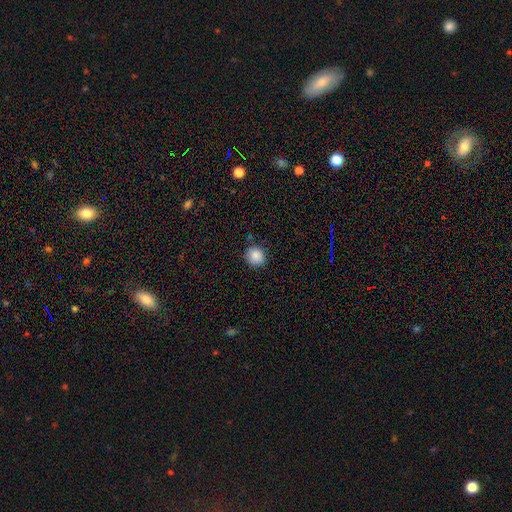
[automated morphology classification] smooth 86%, star or artifact 9%, featured or disk 5%. Down the decision tree: how rounded — round (87%); merging — none (83%).